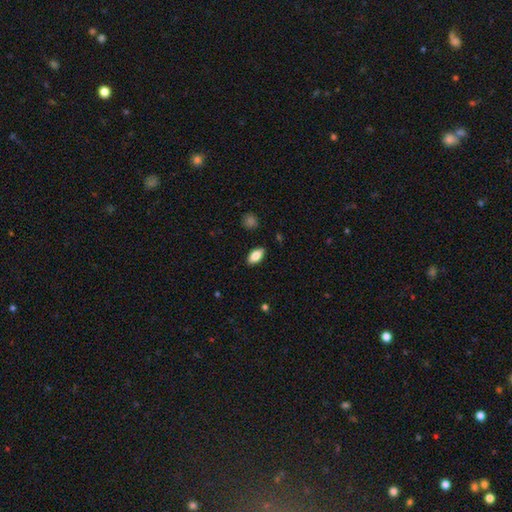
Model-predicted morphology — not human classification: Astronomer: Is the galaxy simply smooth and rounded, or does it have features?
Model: smooth — 83%.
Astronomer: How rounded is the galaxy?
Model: in between — 90%.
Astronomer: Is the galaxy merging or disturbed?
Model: none — 88%.